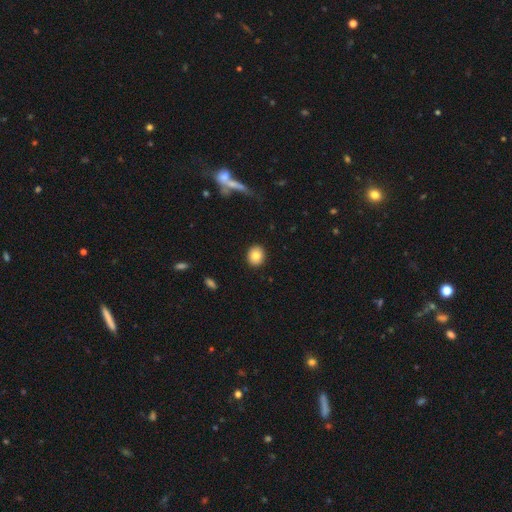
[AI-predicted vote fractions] Overall: smooth (84%). How rounded: round (71%). Merging: none (91%).